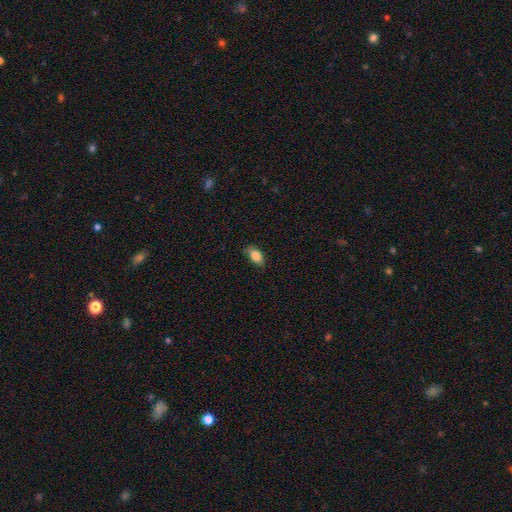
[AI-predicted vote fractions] smooth_or_featured: smooth (p=0.83) [alt: featured or disk p=0.09]
how_rounded: in between (p=0.85) [alt: round p=0.10]
merging: none (p=0.73) [alt: minor disturbance p=0.22]